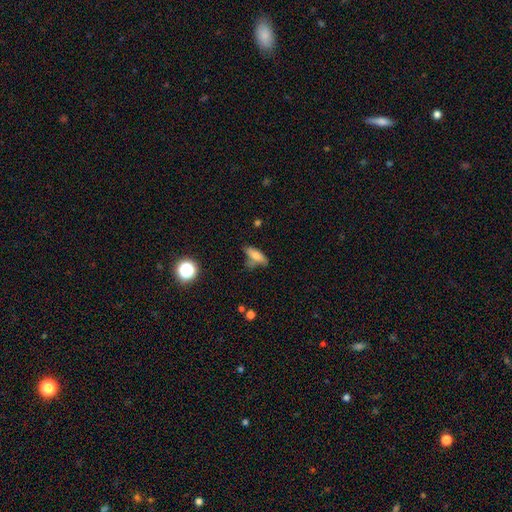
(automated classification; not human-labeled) This is likely a smooth galaxy (73%). How rounded: likely in between (65%). Merging: possibly none (54%).